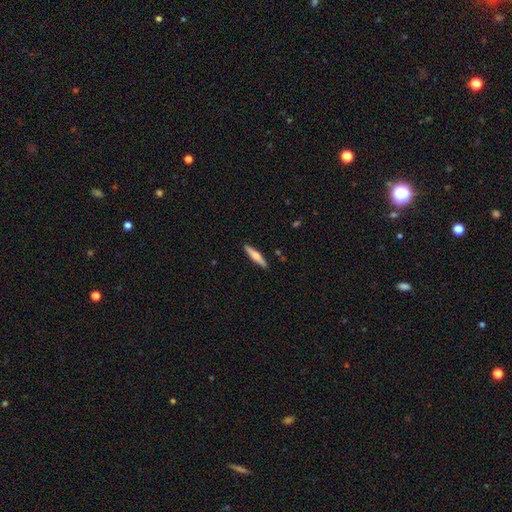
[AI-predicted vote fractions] This appears to be a smooth galaxy with no disk features (54%) that is cigar-shaped (86%). Merging: none (90%).